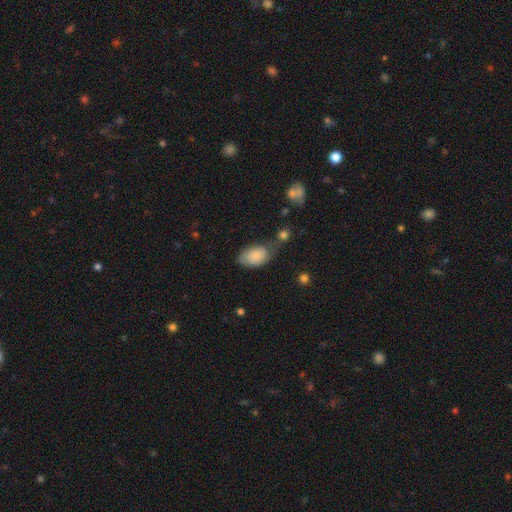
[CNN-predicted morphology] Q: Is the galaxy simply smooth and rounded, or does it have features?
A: smooth — 78%.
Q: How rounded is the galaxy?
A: in between — 91%.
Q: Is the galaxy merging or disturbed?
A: none — 42%.